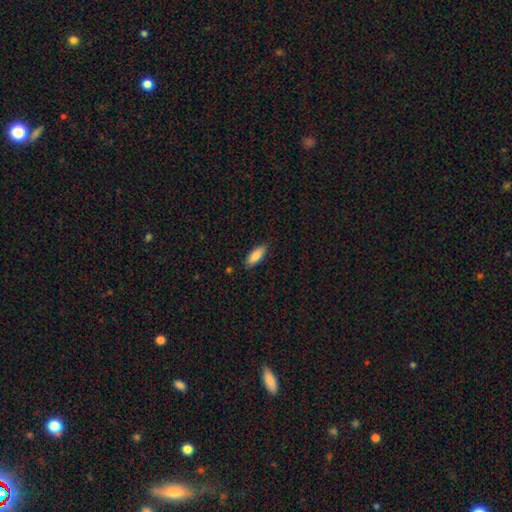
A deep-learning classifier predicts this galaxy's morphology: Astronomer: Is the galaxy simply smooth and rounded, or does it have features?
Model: smooth — 86%.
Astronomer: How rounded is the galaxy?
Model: in between — 67%.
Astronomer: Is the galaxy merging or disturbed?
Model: none — 86%.